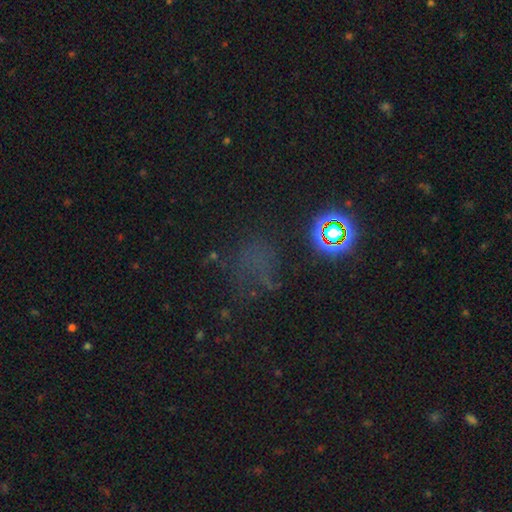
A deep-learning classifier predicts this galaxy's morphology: This is possibly a star or artifact rather than a galaxy (58%).